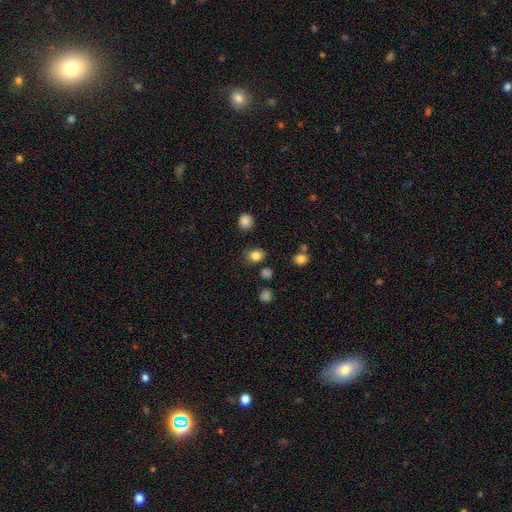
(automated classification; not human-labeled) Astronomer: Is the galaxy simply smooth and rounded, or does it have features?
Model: smooth — 82%.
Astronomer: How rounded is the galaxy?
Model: round — 62%.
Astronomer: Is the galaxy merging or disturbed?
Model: none — 77%.